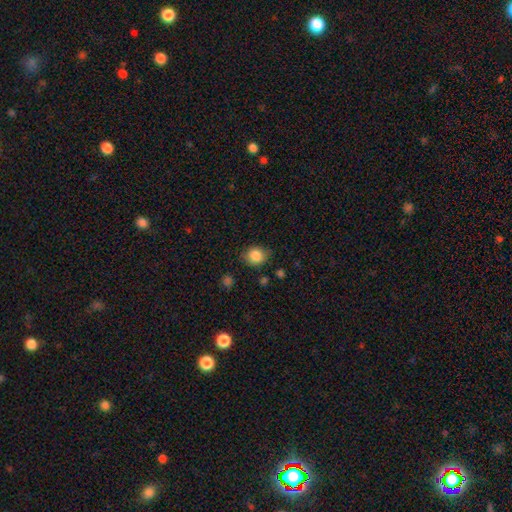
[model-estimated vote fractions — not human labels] Smooth or featured? Predicted: smooth (p=0.85). How rounded? Predicted: round (p=0.62). Merging? Predicted: none (p=0.77).